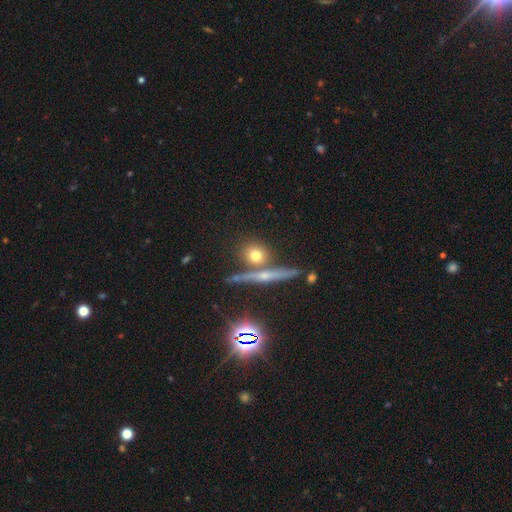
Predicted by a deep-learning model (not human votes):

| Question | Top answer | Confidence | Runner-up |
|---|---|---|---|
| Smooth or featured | smooth | 67% | featured or disk (20%) |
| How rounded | round | 78% | in between (14%) |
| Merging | none | 71% | merger (16%) |